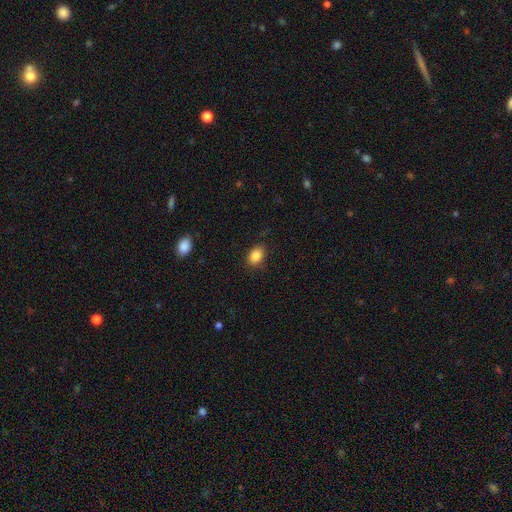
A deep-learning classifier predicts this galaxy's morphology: Overall: smooth (86%). How rounded: in between (75%). Merging: none (81%).